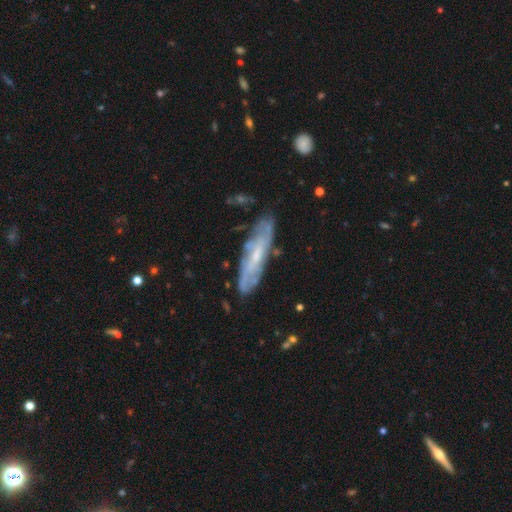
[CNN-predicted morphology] A featured or disk galaxy (70%). Merging: none (76%).